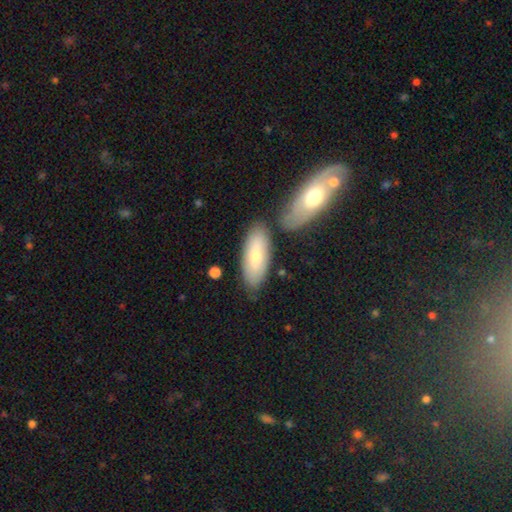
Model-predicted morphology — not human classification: This appears to be a smooth galaxy with no disk features (67%) that is in between round and cigar-shaped (83%). Merging: none (70%).